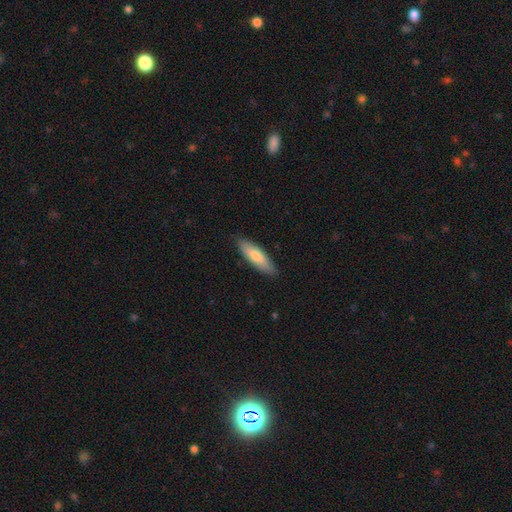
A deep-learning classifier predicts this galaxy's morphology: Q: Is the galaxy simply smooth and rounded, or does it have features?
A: smooth — 72%.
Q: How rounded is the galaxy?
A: cigar-shaped — 59%.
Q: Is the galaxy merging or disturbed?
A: none — 87%.